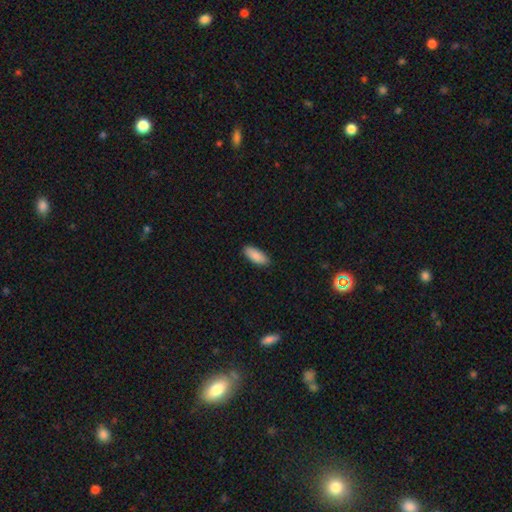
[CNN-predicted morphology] This is clearly a smooth galaxy (90%). How rounded: clearly in between (81%). Merging: clearly none (89%).